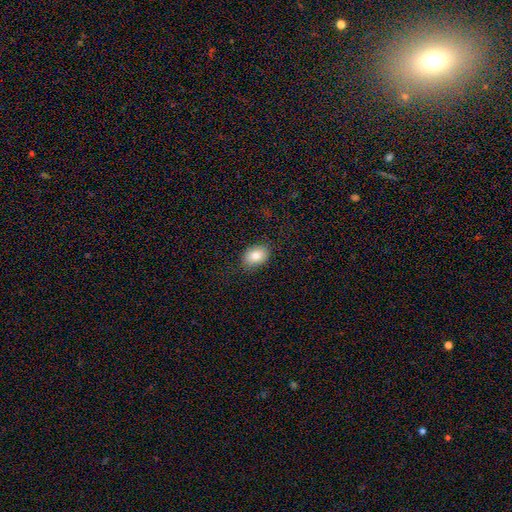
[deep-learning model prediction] This appears to be a smooth galaxy with no disk features (83%) that is in between round and cigar-shaped (80%). Merging: none (84%).